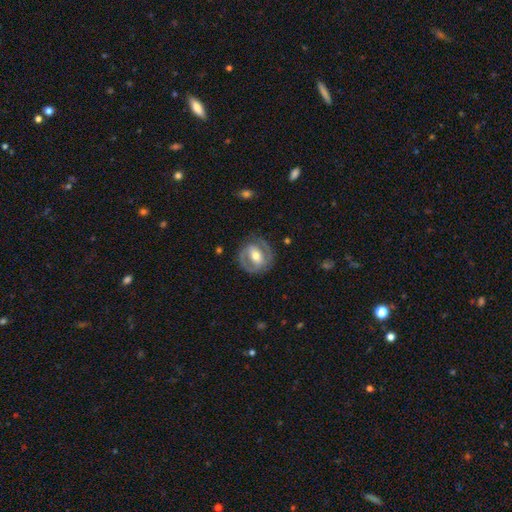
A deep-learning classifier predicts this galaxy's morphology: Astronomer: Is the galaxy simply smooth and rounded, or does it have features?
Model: featured or disk — 74%.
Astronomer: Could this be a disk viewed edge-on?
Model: no — 96%.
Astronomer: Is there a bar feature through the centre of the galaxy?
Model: strong — 41% (runner-up: weak, 36%).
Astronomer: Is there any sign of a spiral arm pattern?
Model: yes — 69%.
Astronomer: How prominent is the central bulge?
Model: moderate — 69%.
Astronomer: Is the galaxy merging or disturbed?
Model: none — 77%.